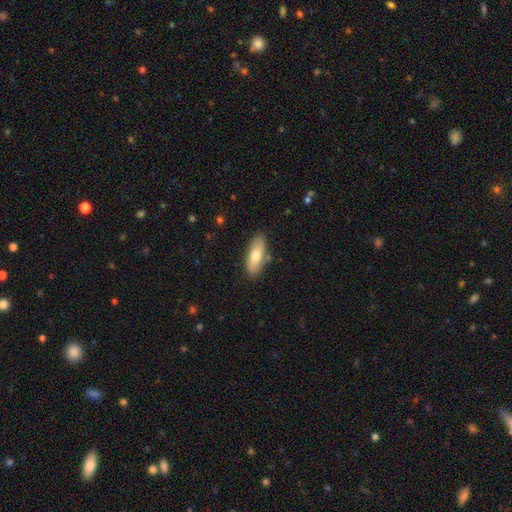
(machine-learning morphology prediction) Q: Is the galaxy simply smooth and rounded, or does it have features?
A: smooth — 71%.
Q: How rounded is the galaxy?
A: in between — 69%.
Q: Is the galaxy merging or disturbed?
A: none — 82%.